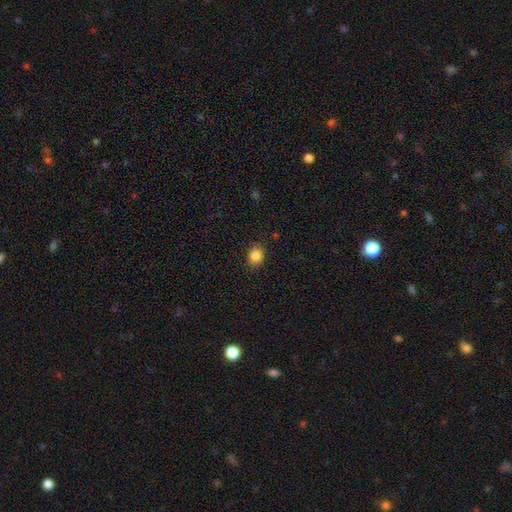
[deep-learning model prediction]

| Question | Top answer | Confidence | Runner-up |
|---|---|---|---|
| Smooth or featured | smooth | 86% | star or artifact (10%) |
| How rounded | round | 54% | in between (45%) |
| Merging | none | 86% | minor disturbance (10%) |